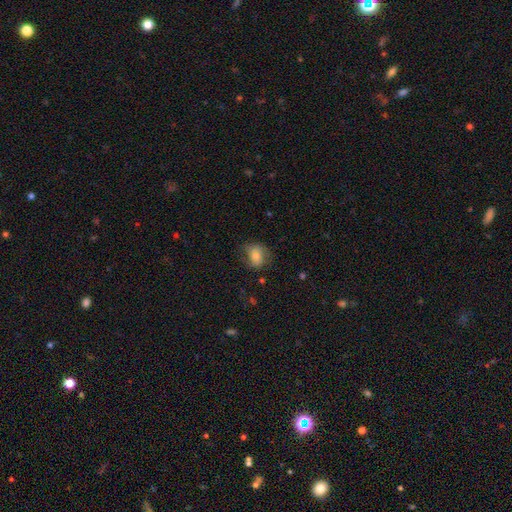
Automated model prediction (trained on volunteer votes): smooth_or_featured: smooth (p=0.68) [alt: featured or disk p=0.24]
how_rounded: in between (p=0.52) [alt: round p=0.47]
merging: none (p=0.63) [alt: minor disturbance p=0.24]